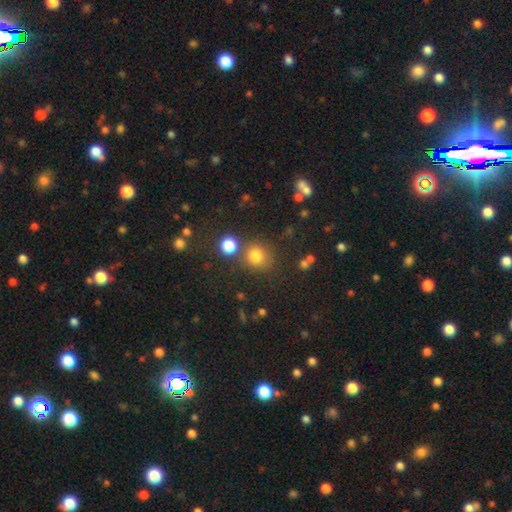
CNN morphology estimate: A smooth galaxy with no disk features (77%) that is round (88%).

Vote fractions:
- Smooth or featured? smooth: 77% / star or artifact: 16% / featured or disk: 7%
- How rounded? round: 88% / in between: 11% / cigar-shaped: 1%
- Merging? none: 70% / merger: 15% / minor disturbance: 10% / major disturbance: 5%